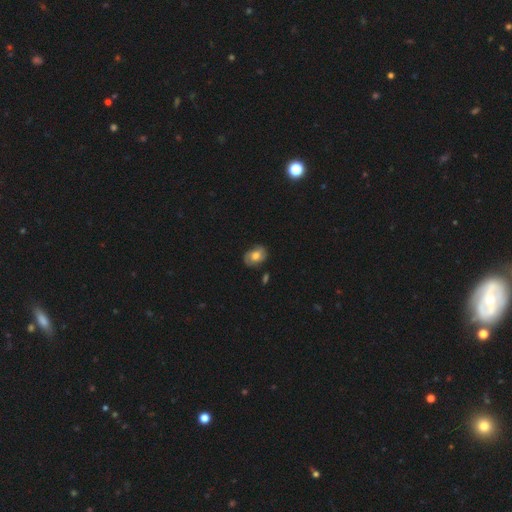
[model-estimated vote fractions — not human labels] Smooth or featured? smooth (49%)
Merging? none (75%)